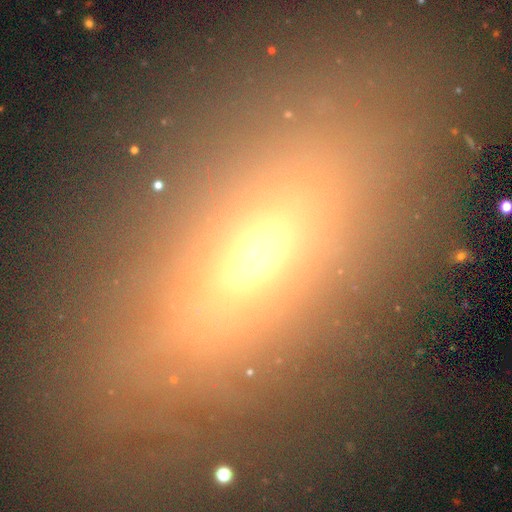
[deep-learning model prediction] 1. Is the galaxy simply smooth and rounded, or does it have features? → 56% smooth, 25% featured or disk, 19% star or artifact.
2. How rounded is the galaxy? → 68% in between, 23% cigar-shaped, 9% round.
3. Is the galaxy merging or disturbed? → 72% none, 13% minor disturbance, 10% major disturbance, 6% merger.